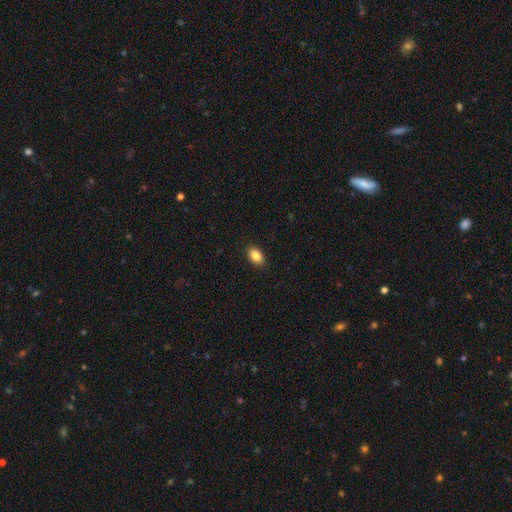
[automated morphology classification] The model was most divided on "how rounded": in between: 88%, round: 10%, cigar-shaped: 1%. More confident: merging — none (89%); smooth or featured — smooth (87%).